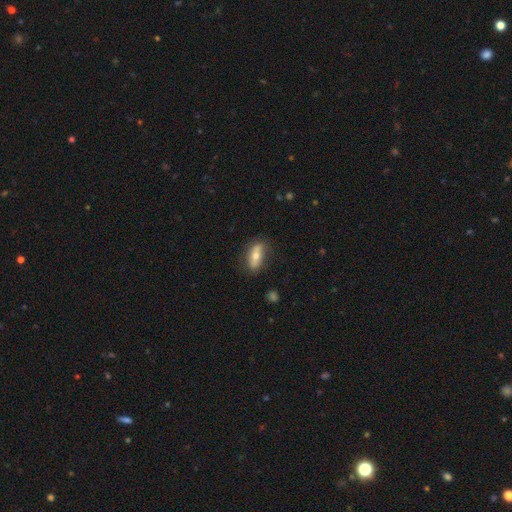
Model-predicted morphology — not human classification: smooth-or-featured: smooth: 52% | featured or disk: 41% | star or artifact: 7%
  how-rounded: in between: 67% | cigar-shaped: 28% | round: 5%
  merging: none: 78% | minor disturbance: 16% | major disturbance: 4% | merger: 2%